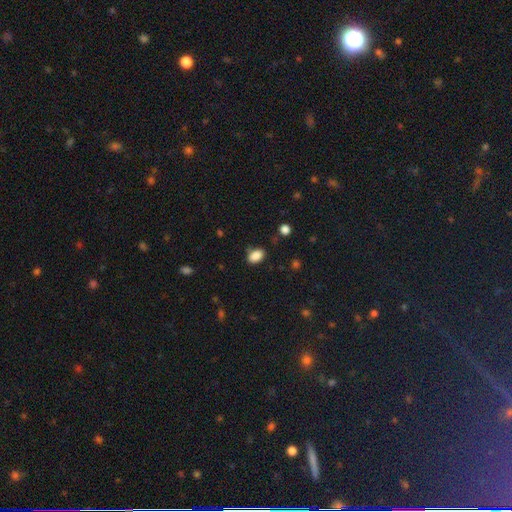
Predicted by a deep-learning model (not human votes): smooth_or_featured: smooth (p=0.87) [alt: star or artifact p=0.09]
how_rounded: in between (p=0.86) [alt: round p=0.13]
merging: none (p=0.75) [alt: minor disturbance p=0.18]